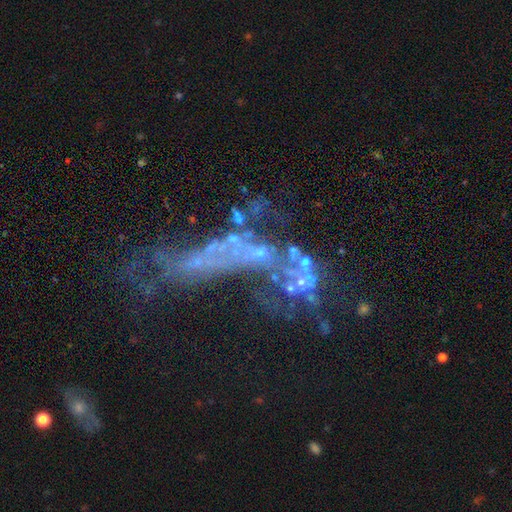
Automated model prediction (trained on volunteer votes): Smooth or featured: featured or disk — 50% (star or artifact — 35%)
Edge-on disk: no — 80% (yes — 20%)
Merging: major disturbance — 35% (none — 28%)